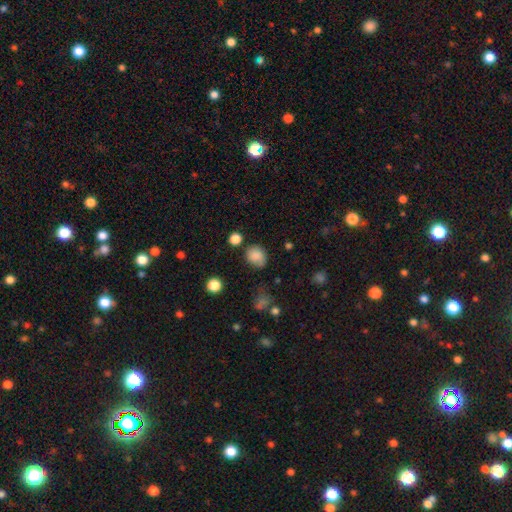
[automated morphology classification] A smooth galaxy with no disk features (83%) that is round (64%).

Vote fractions:
- Smooth or featured? smooth: 83% / star or artifact: 11% / featured or disk: 6%
- How rounded? round: 64% / in between: 35% / cigar-shaped: 1%
- Merging? none: 67% / minor disturbance: 22% / major disturbance: 6% / merger: 5%